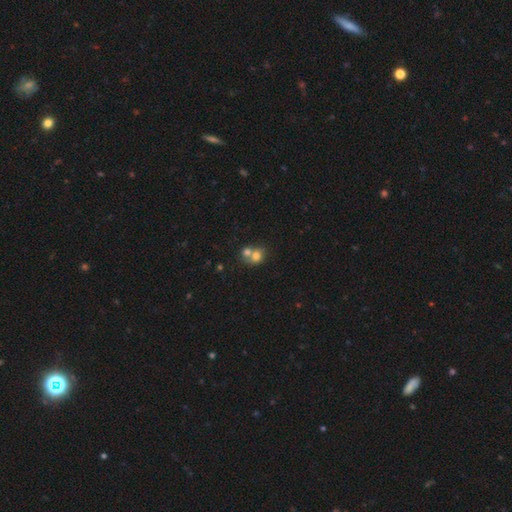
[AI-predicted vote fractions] Smooth or featured? smooth (73%)
How rounded? round (59%)
Merging? merger (62%)